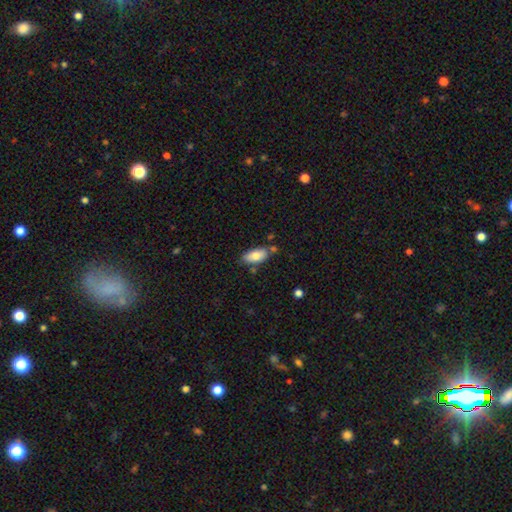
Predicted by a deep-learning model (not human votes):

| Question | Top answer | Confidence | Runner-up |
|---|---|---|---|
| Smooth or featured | smooth | 80% | featured or disk (13%) |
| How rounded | in between | 90% | cigar-shaped (8%) |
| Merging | none | 69% | minor disturbance (17%) |